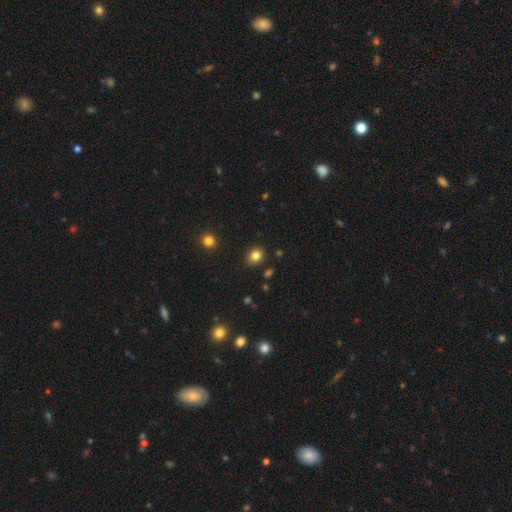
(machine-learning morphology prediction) Q: Smooth or featured?
A: smooth (83%); runner-up: star or artifact (12%)
Q: How rounded?
A: round (66%); runner-up: in between (33%)
Q: Merging?
A: none (88%); runner-up: minor disturbance (8%)